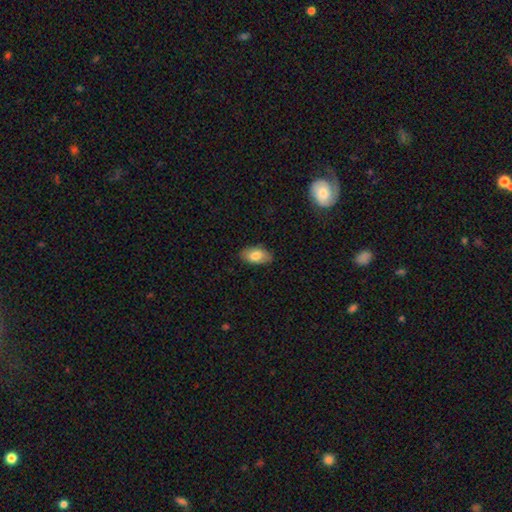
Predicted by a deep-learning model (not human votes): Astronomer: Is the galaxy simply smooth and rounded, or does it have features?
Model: smooth — 79%.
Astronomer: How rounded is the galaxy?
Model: in between — 93%.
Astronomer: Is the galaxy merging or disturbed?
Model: none — 85%.